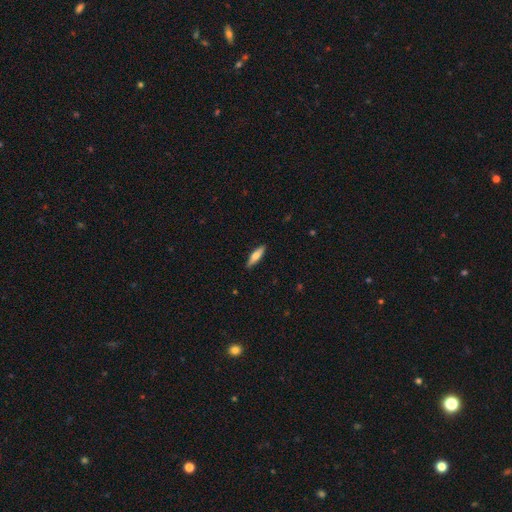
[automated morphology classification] Smooth or featured?
  - smooth: 62% *
  - featured or disk: 33%
  - star or artifact: 6%
How rounded?
  - cigar-shaped: 68% *
  - in between: 30%
  - round: 2%
Merging?
  - none: 89% *
  - minor disturbance: 8%
  - major disturbance: 2%
  - merger: 1%